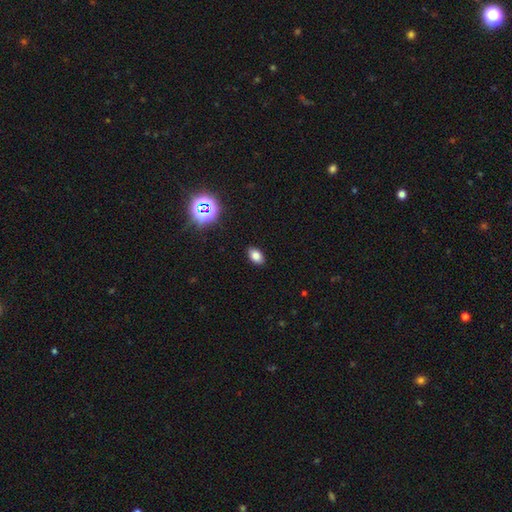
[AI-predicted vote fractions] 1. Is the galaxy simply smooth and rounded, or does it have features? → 79% smooth, 14% star or artifact, 7% featured or disk.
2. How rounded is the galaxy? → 88% in between, 11% round, 1% cigar-shaped.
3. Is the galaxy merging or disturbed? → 90% none, 7% minor disturbance, 2% major disturbance, 1% merger.